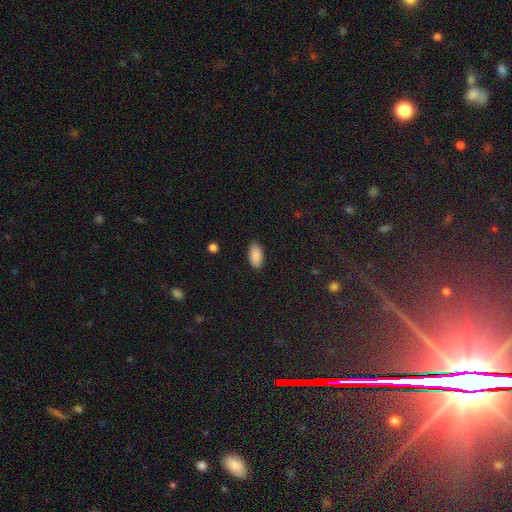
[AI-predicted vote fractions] Overall: smooth (89%). How rounded: in between (95%). Merging: none (89%).